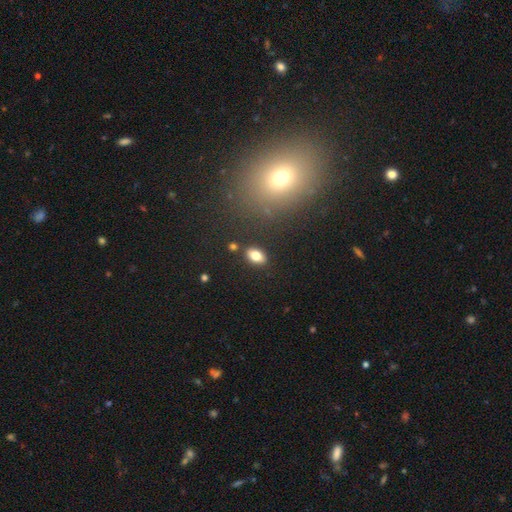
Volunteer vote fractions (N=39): Smooth or featured? smooth (77%)
How rounded? in between (93%)
Merging? none (92%)